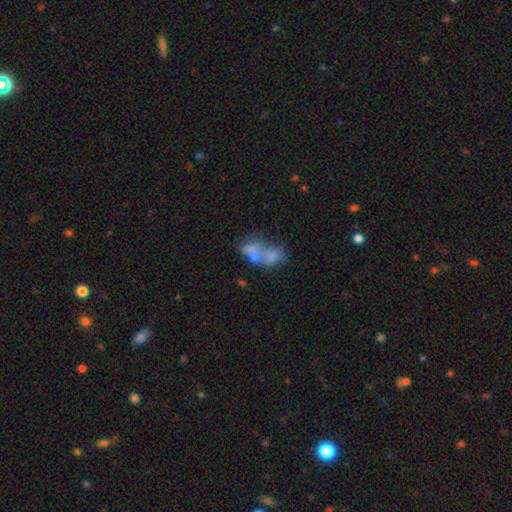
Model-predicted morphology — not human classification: This is possibly a smooth galaxy (48%). Merging: likely merger (62%).